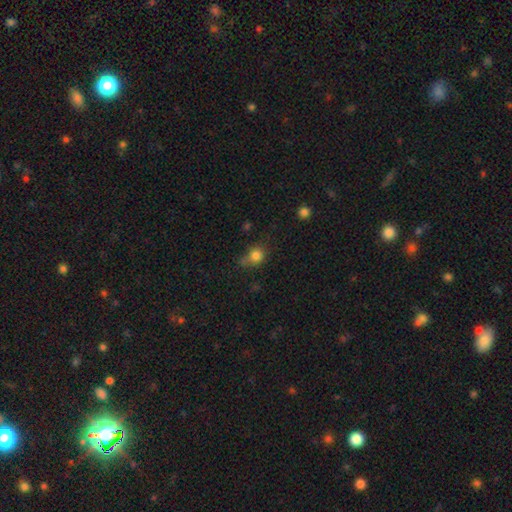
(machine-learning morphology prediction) smooth-or-featured: smooth: 80% | star or artifact: 13% | featured or disk: 7%
  how-rounded: round: 74% | in between: 24% | cigar-shaped: 1%
  merging: none: 52% | minor disturbance: 28% | major disturbance: 11% | merger: 9%